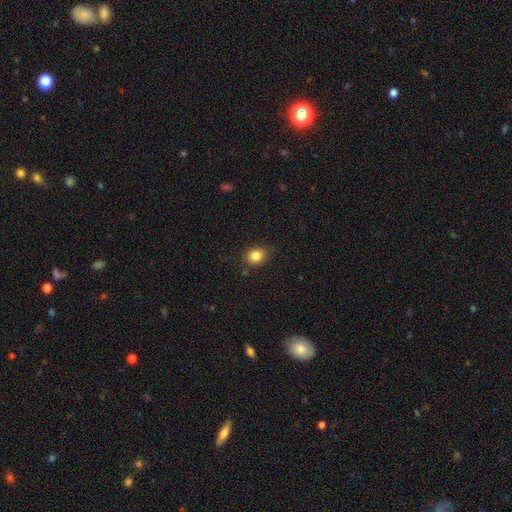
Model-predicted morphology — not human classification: type=smooth (84%); roundness=round (61%); merging=none (85%).